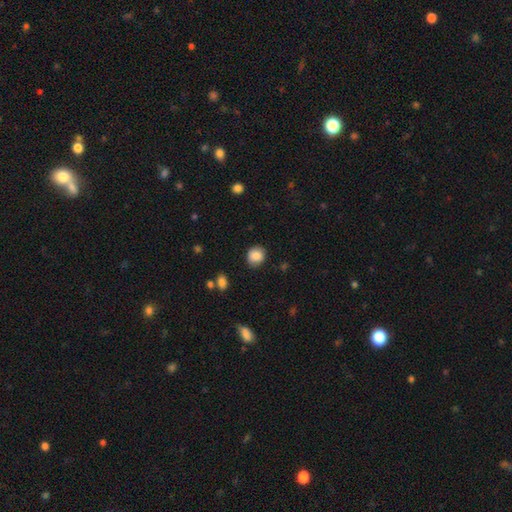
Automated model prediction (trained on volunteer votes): A smooth galaxy with no disk features (86%) that is round (79%). Merging: none (84%).